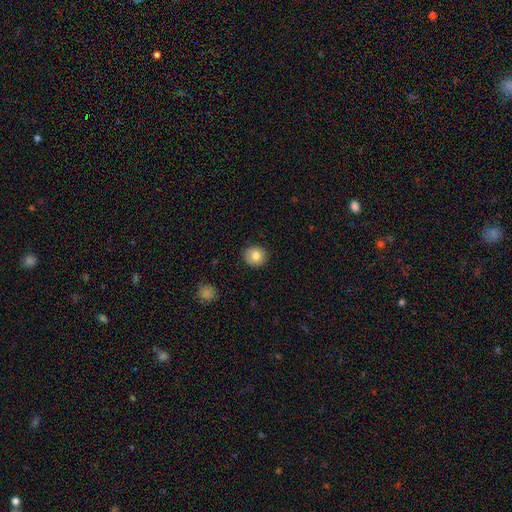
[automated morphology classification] Smooth or featured: smooth — 81% (featured or disk — 10%)
How rounded: round — 78% (in between — 21%)
Merging: none — 85% (minor disturbance — 11%)